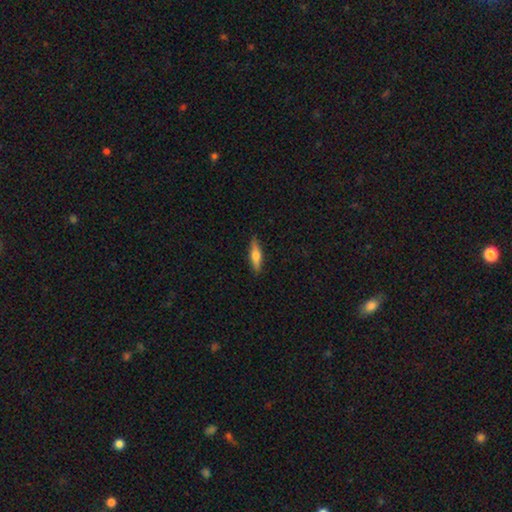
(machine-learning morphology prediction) type=smooth (55%); roundness=cigar-shaped (63%); merging=none (88%).